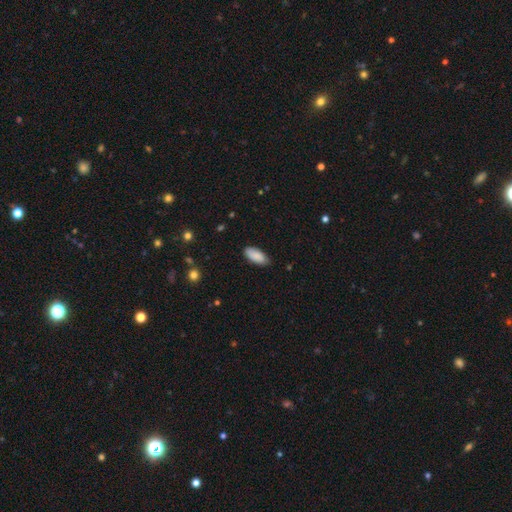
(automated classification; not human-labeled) Q: Smooth or featured?
A: smooth (88%); runner-up: star or artifact (6%)
Q: How rounded?
A: in between (88%); runner-up: cigar-shaped (10%)
Q: Merging?
A: none (81%); runner-up: minor disturbance (16%)